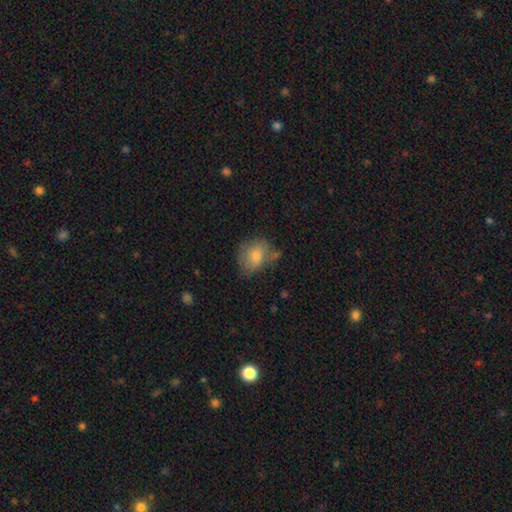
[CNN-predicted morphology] smooth-or-featured: smooth: 75% | featured or disk: 17% | star or artifact: 9%
  how-rounded: in between: 63% | round: 36% | cigar-shaped: 1%
  merging: none: 52% | minor disturbance: 29% | major disturbance: 10% | merger: 9%